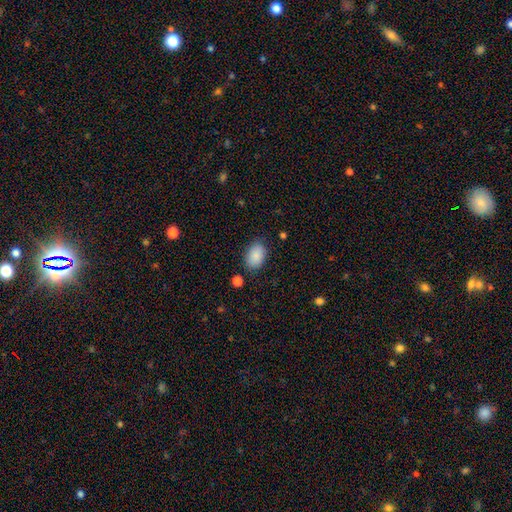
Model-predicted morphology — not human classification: A smooth galaxy with no disk features (88%) that is in between round and cigar-shaped (89%).

Vote fractions:
- Smooth or featured? smooth: 88% / star or artifact: 7% / featured or disk: 5%
- How rounded? in between: 89% / round: 9% / cigar-shaped: 1%
- Merging? none: 82% / minor disturbance: 12% / major disturbance: 3% / merger: 2%